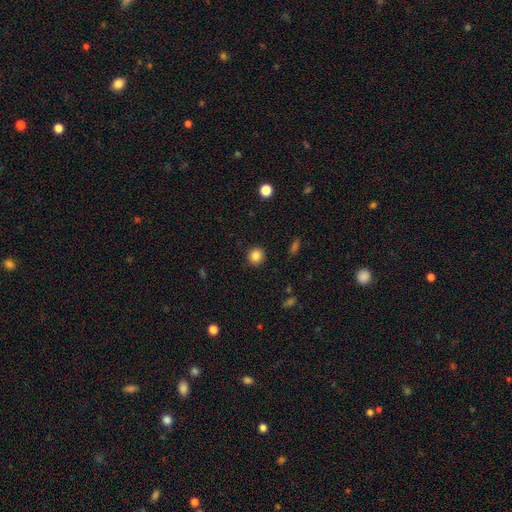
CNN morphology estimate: Smooth or featured? smooth (84%)
How rounded? round (90%)
Merging? none (91%)